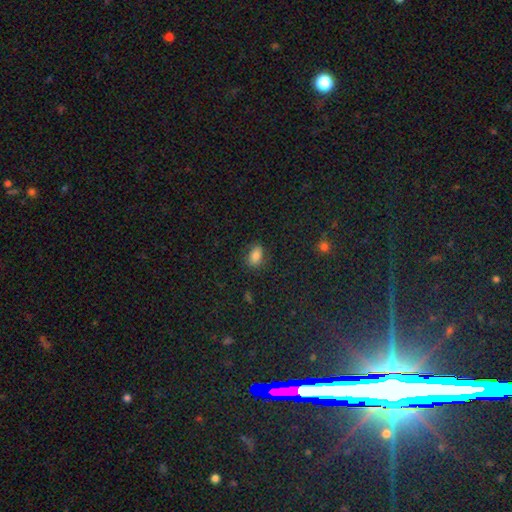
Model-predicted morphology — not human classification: This is likely a smooth galaxy (73%). How rounded: likely in between (79%). Merging: likely none (76%).